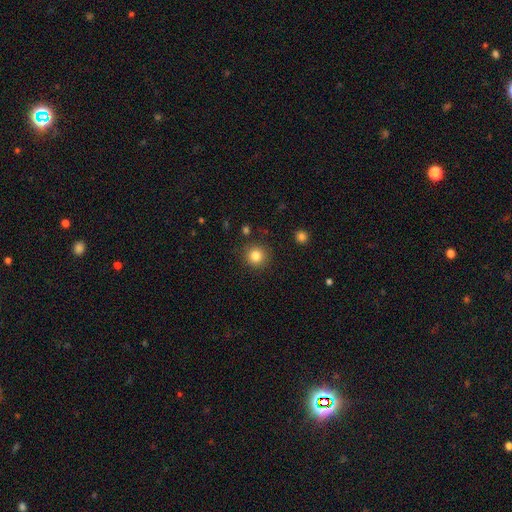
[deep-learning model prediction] A smooth galaxy with no disk features (83%) that is round (93%). Merging: none (89%).